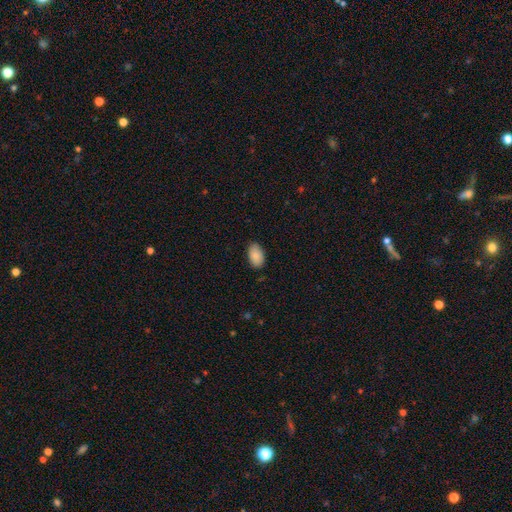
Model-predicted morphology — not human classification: Overall: smooth (88%). How rounded: in between (93%). Merging: none (85%).